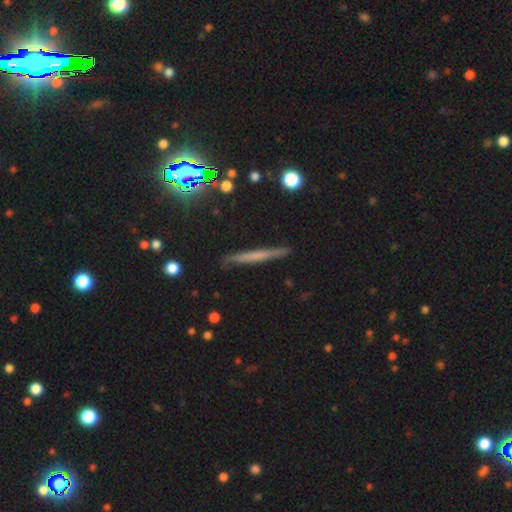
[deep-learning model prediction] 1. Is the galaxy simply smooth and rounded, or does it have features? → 46% smooth, 42% featured or disk, 11% star or artifact.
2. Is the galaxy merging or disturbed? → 88% none, 9% minor disturbance, 2% major disturbance, 1% merger.